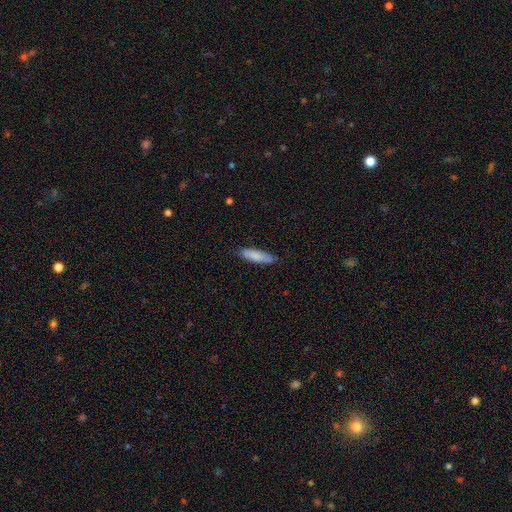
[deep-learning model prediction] smooth-or-featured: smooth: 83% | featured or disk: 11% | star or artifact: 6%
  how-rounded: cigar-shaped: 67% | in between: 32% | round: 1%
  merging: none: 80% | minor disturbance: 16% | major disturbance: 3% | merger: 1%